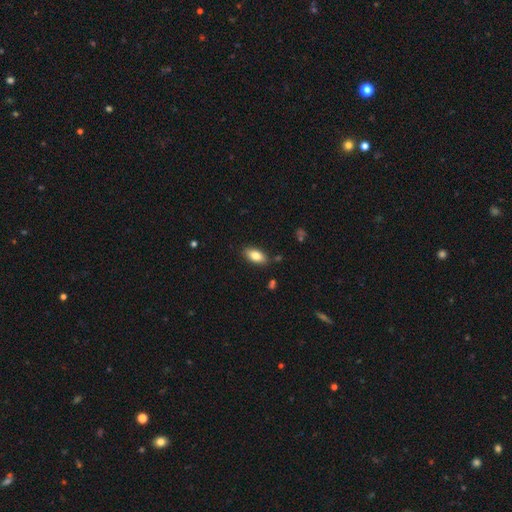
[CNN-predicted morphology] Smooth or featured: smooth — 83% (featured or disk — 10%)
How rounded: in between — 90% (cigar-shaped — 6%)
Merging: none — 85% (minor disturbance — 11%)